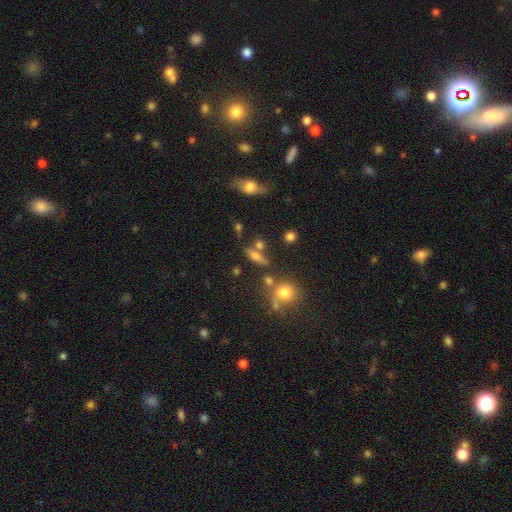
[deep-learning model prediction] Smooth or featured?
  - smooth: 61% *
  - featured or disk: 25%
  - star or artifact: 14%
How rounded?
  - in between: 45% *
  - cigar-shaped: 44%
  - round: 12%
Merging?
  - none: 61% *
  - merger: 19%
  - minor disturbance: 14%
  - major disturbance: 7%